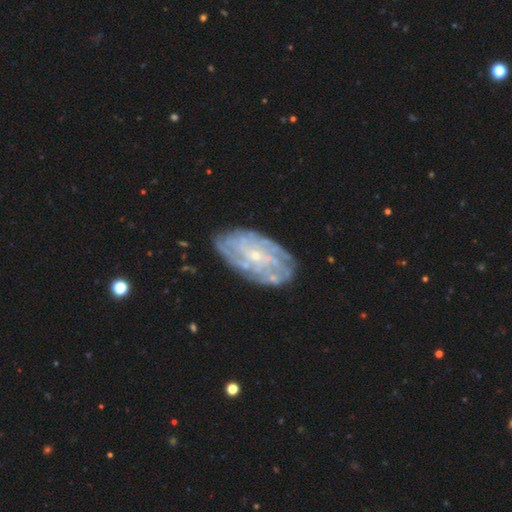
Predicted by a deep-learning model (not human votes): featured or disk 79%, smooth 14%, star or artifact 7%. Down the decision tree: edge-on disk — no (95%); bar — no (67%); spiral arms — yes (84%); spiral arm count — can't tell (52%); spiral winding — tight (65%); bulge size — small (81%); merging — none (78%).